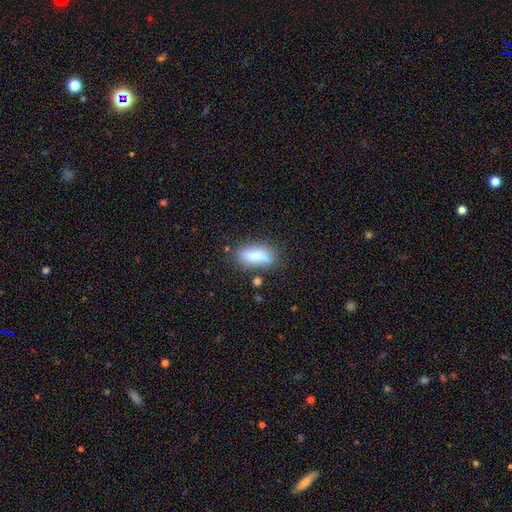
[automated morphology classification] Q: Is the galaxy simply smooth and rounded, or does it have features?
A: smooth — 71%.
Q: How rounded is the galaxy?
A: in between — 79%.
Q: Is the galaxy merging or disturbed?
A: none — 60%.